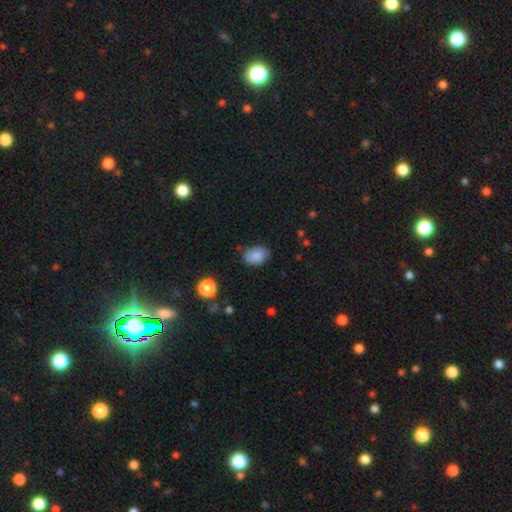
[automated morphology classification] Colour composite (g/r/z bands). It shows a smooth galaxy with no disk features (87%) that is in between round and cigar-shaped (82%). Merging: none (81%).